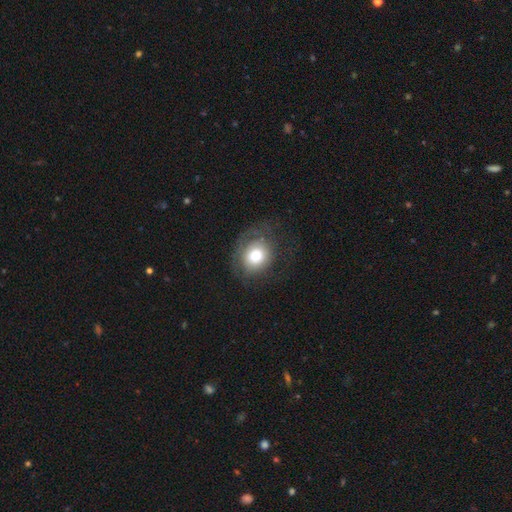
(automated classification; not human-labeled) Smooth or featured: smooth — 64% (featured or disk — 26%)
How rounded: round — 73% (in between — 26%)
Merging: none — 60% (minor disturbance — 20%)